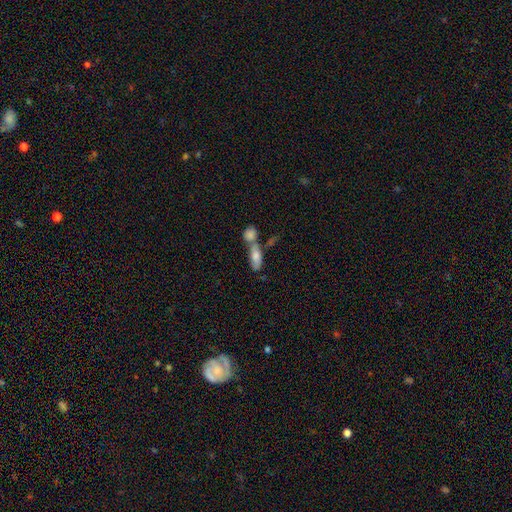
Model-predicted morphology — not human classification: Overall: smooth (64%; featured or disk 26%). How rounded: in between (68%). Merging: merger (53%; none 32%).